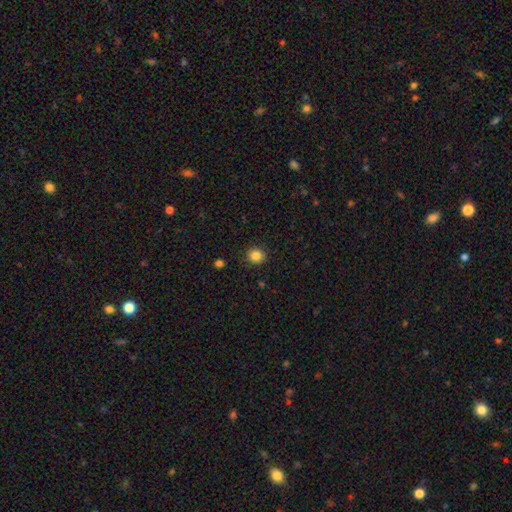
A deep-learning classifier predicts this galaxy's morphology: This is clearly a smooth galaxy (85%). How rounded: clearly round (88%). Merging: clearly none (90%).